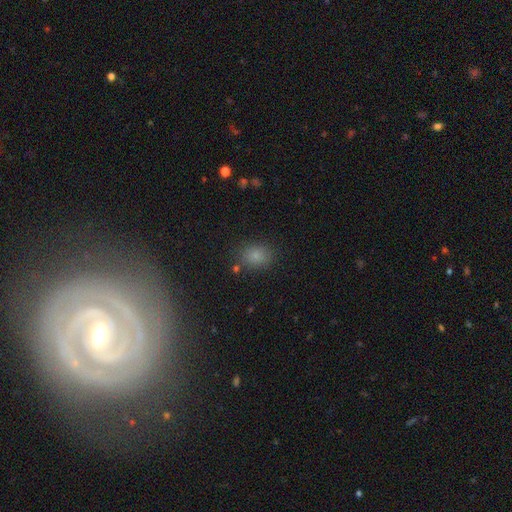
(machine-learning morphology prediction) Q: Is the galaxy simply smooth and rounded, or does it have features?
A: smooth — 78%.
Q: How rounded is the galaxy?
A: in between — 61%.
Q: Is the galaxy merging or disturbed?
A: none — 81%.